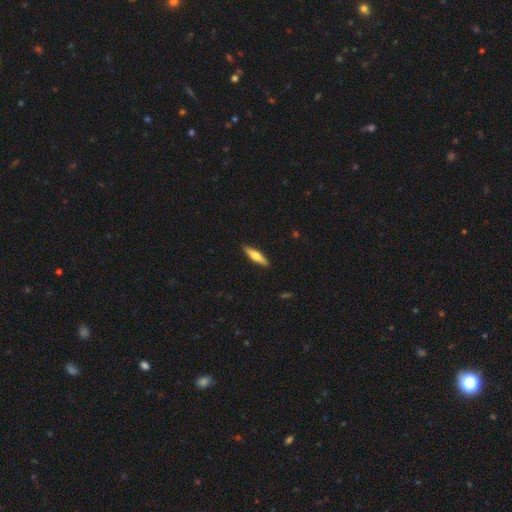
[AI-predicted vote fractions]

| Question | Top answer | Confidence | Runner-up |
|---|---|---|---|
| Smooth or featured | smooth | 54% | featured or disk (41%) |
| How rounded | cigar-shaped | 76% | in between (22%) |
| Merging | none | 90% | minor disturbance (7%) |